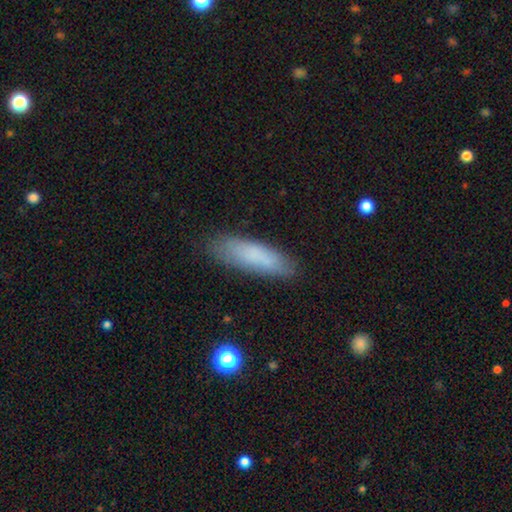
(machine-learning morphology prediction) Smooth or featured?
  - smooth: 80% *
  - featured or disk: 13%
  - star or artifact: 7%
How rounded?
  - cigar-shaped: 60% *
  - in between: 39%
  - round: 2%
Merging?
  - none: 82% *
  - minor disturbance: 13%
  - major disturbance: 3%
  - merger: 1%